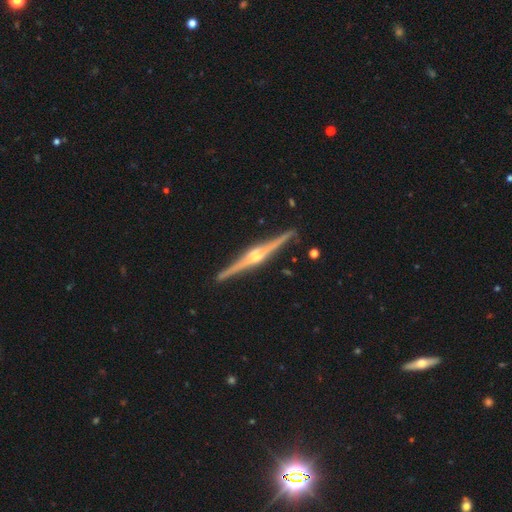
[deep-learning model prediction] smooth-or-featured: featured or disk: 90% | smooth: 6% | star or artifact: 4%
  disk-edge-on: yes: 99% | no: 1%
    edge-on-bulge: rounded: 90% | boxy: 7% | none: 3%
  merging: none: 92% | minor disturbance: 5% | merger: 1% | major disturbance: 1%